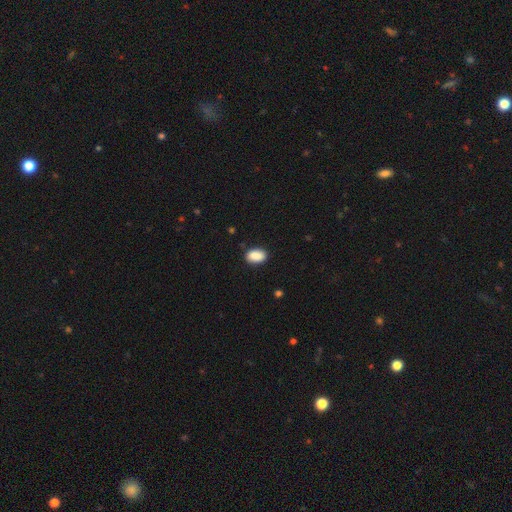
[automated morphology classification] smooth_or_featured: smooth (p=0.90) [alt: star or artifact p=0.07]
how_rounded: in between (p=0.89) [alt: round p=0.09]
merging: none (p=0.86) [alt: minor disturbance p=0.11]